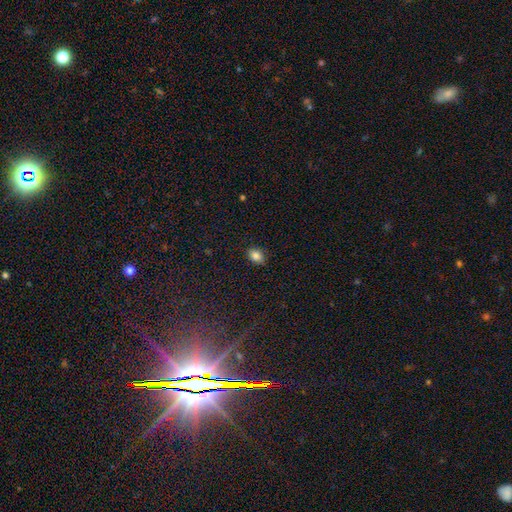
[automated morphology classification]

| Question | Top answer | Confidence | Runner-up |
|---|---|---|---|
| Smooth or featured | smooth | 84% | star or artifact (10%) |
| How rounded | in between | 70% | round (29%) |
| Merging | none | 85% | minor disturbance (12%) |